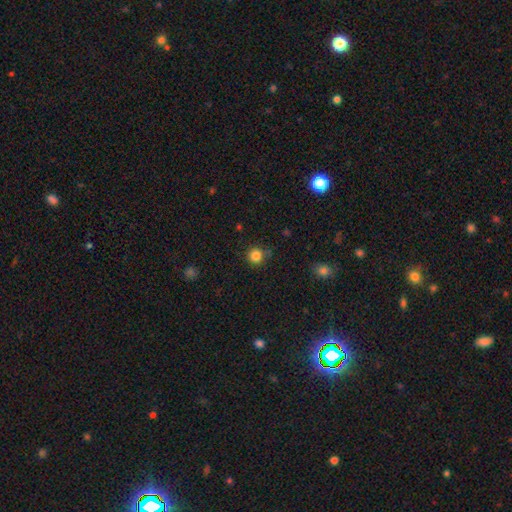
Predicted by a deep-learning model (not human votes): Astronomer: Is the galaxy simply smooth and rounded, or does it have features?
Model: smooth — 84%.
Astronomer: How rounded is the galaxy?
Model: round — 94%.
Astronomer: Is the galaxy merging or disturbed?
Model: none — 85%.